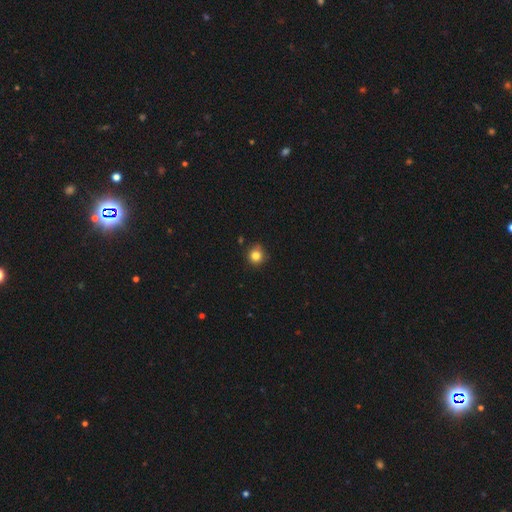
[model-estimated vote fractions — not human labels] Overall: smooth (82%). How rounded: round (92%). Merging: none (82%).